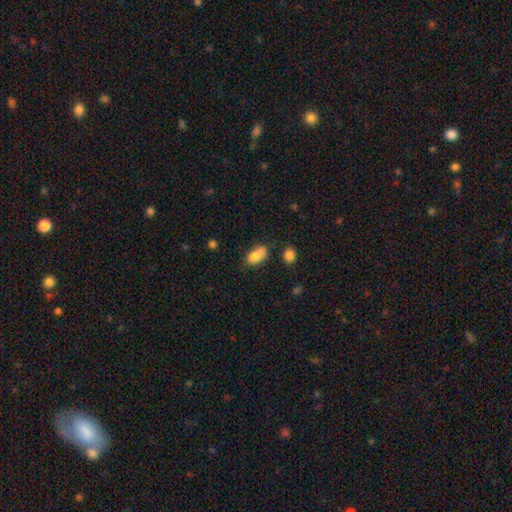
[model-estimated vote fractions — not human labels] This appears to be a smooth galaxy with no disk features (80%) that is in between round and cigar-shaped (86%). Merging: none (48%).